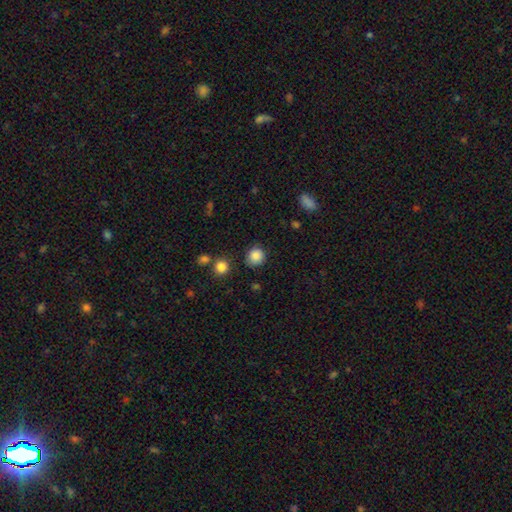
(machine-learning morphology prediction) Smooth or featured? smooth (86%)
How rounded? round (86%)
Merging? none (80%)